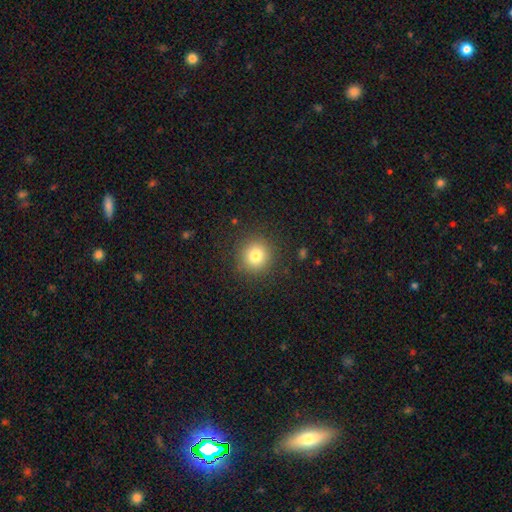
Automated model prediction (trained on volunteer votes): smooth-or-featured: smooth: 80% | star or artifact: 13% | featured or disk: 8%
  how-rounded: round: 93% | in between: 6% | cigar-shaped: 1%
  merging: none: 90% | minor disturbance: 6% | major disturbance: 3% | merger: 1%